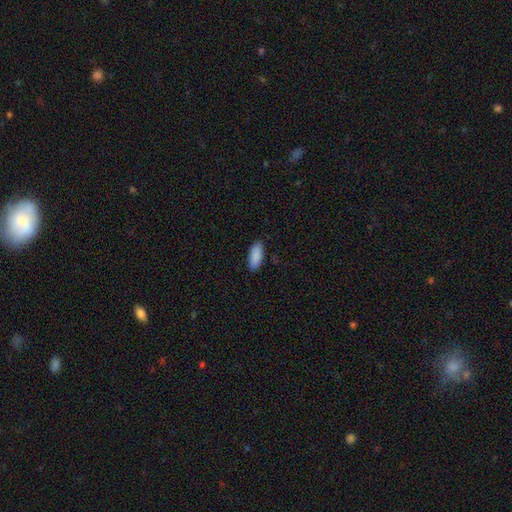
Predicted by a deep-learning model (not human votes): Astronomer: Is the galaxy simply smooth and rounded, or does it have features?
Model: smooth — 90%.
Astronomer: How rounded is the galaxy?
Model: in between — 82%.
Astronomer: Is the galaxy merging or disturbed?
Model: none — 87%.